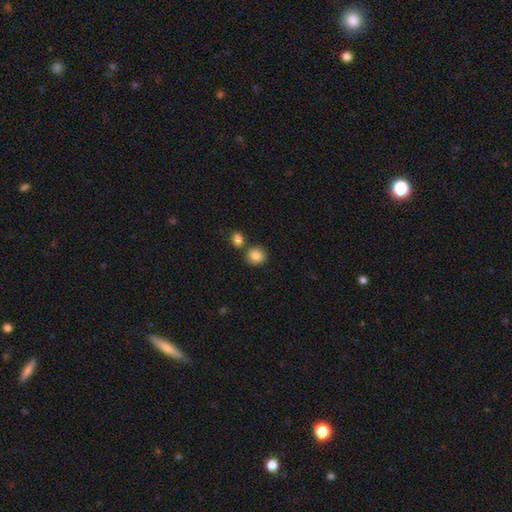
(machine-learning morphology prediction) A smooth galaxy with no disk features (85%) that is round (78%).

Vote fractions:
- Smooth or featured? smooth: 85% / star or artifact: 9% / featured or disk: 6%
- How rounded? round: 78% / in between: 21% / cigar-shaped: 1%
- Merging? none: 72% / merger: 16% / minor disturbance: 10% / major disturbance: 2%